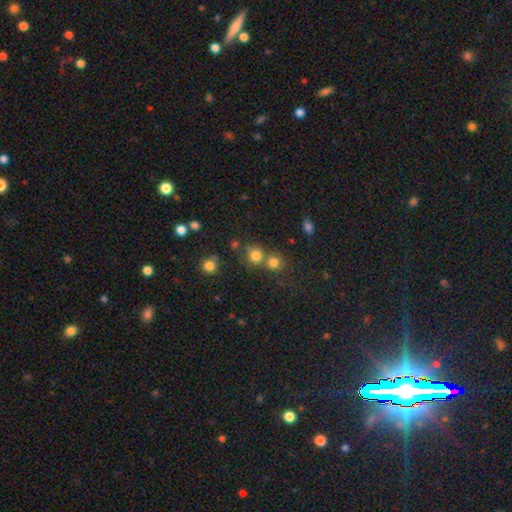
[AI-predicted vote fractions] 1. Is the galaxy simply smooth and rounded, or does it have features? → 76% smooth, 16% star or artifact, 8% featured or disk.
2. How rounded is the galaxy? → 85% round, 14% in between, 1% cigar-shaped.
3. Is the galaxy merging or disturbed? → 55% none, 33% merger, 8% minor disturbance, 4% major disturbance.